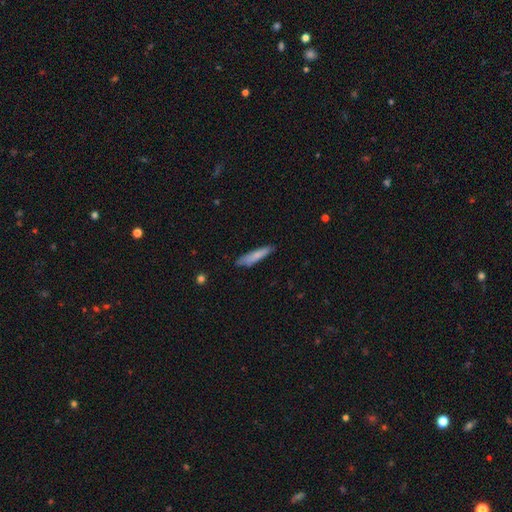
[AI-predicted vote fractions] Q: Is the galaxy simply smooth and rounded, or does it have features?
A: smooth — 78%.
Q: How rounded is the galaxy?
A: cigar-shaped — 84%.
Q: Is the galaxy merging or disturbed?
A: none — 79%.